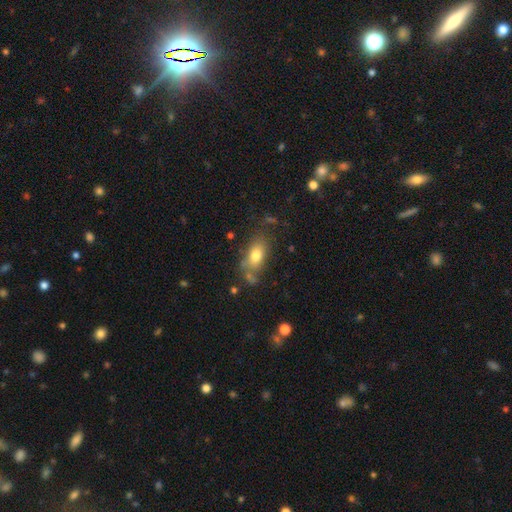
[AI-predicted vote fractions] Overall: smooth (75%). How rounded: in between (85%). Merging: none (61%).